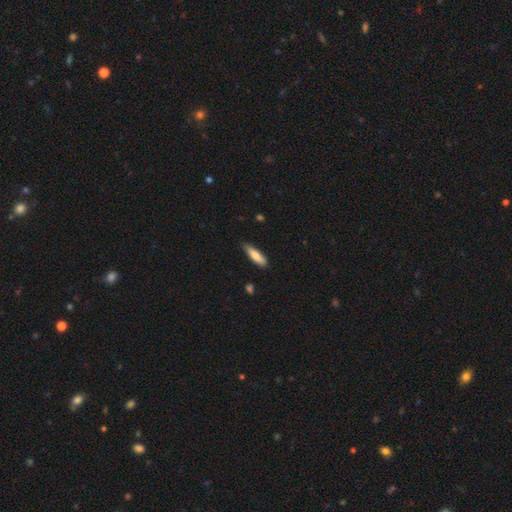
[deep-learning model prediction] This is likely a smooth galaxy (79%). How rounded: likely cigar-shaped (66%). Merging: likely none (77%).